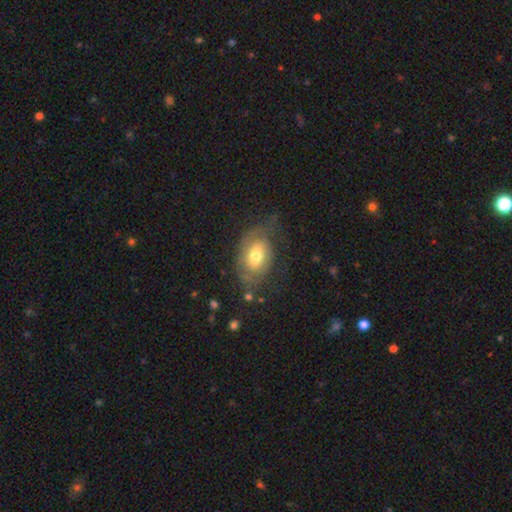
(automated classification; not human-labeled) A smooth galaxy with no disk features (47%).

Vote fractions:
- Smooth or featured? smooth: 47% / featured or disk: 45% / star or artifact: 8%
- Merging? none: 51% / minor disturbance: 26% / major disturbance: 21% / merger: 2%